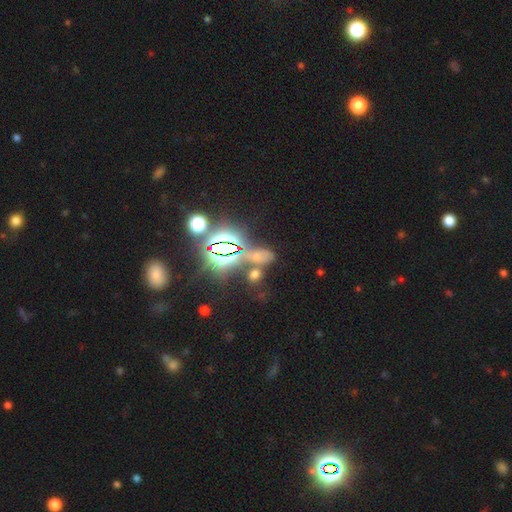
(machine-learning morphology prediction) smooth-or-featured: star or artifact: 53% | smooth: 36% | featured or disk: 12%